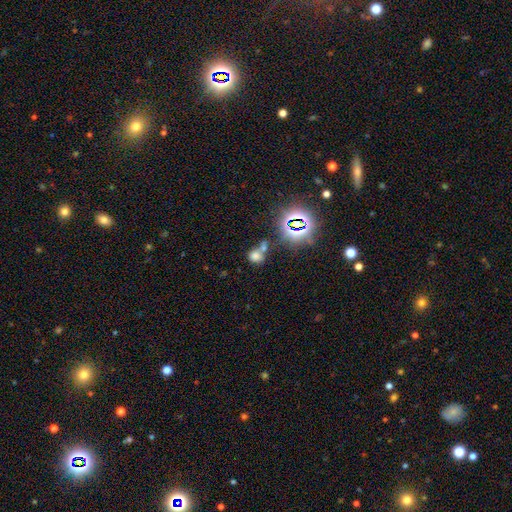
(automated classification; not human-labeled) smooth_or_featured: smooth (p=0.60) [alt: star or artifact p=0.28]
how_rounded: round (p=0.58) [alt: in between p=0.40]
merging: merger (p=0.42) [alt: none p=0.38]